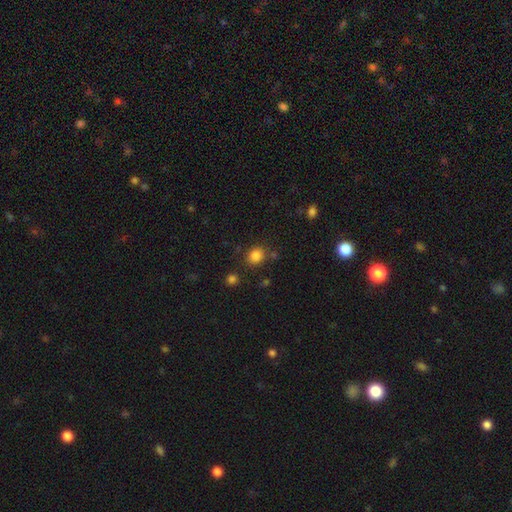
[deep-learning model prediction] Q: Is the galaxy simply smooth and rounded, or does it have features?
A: smooth — 83%.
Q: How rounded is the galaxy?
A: round — 72%.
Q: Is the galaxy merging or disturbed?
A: none — 80%.